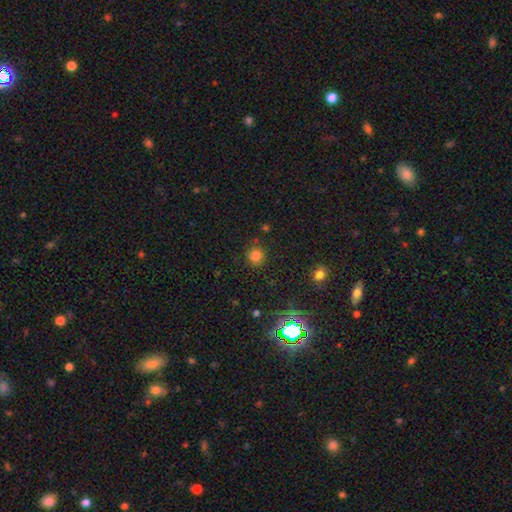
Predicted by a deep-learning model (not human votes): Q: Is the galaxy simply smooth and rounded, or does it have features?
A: smooth — 79%.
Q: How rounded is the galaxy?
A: round — 90%.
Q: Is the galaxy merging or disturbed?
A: none — 86%.